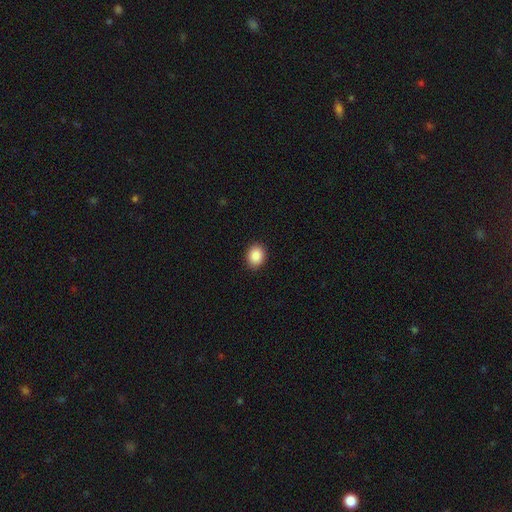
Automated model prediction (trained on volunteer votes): Overall: smooth (89%). How rounded: in between (53%; round 46%). Merging: none (90%).